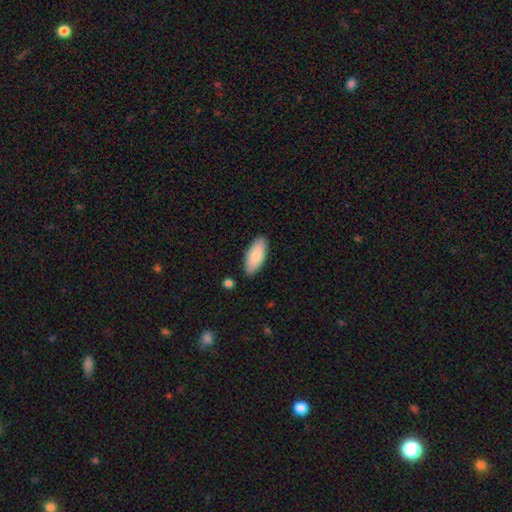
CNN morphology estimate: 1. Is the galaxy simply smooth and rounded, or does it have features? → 86% smooth, 9% featured or disk, 6% star or artifact.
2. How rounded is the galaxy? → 86% in between, 12% cigar-shaped, 2% round.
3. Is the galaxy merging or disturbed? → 86% none, 10% minor disturbance, 2% merger, 2% major disturbance.